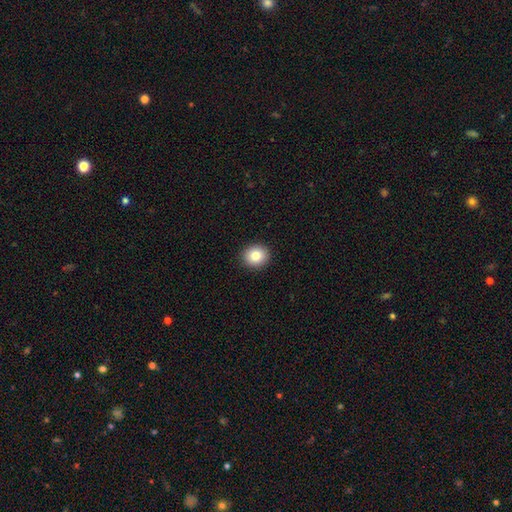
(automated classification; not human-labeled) This appears to be a smooth galaxy with no disk features (82%) that is round (82%). Merging: none (92%).